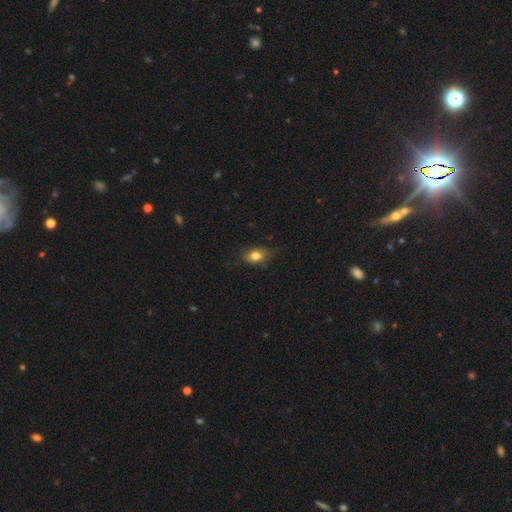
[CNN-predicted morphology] Smooth or featured: smooth — 79% (featured or disk — 11%)
How rounded: in between — 73% (round — 25%)
Merging: none — 72% (minor disturbance — 22%)